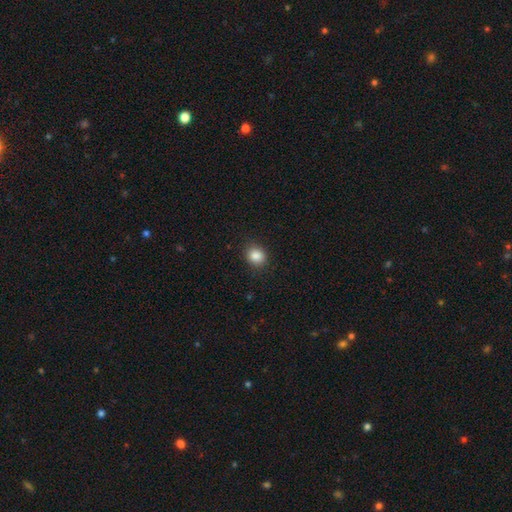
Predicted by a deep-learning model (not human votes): A smooth galaxy with no disk features (86%) that is round (71%).

Vote fractions:
- Smooth or featured? smooth: 86% / star or artifact: 10% / featured or disk: 4%
- How rounded? round: 71% / in between: 28% / cigar-shaped: 1%
- Merging? none: 87% / minor disturbance: 9% / major disturbance: 3% / merger: 1%